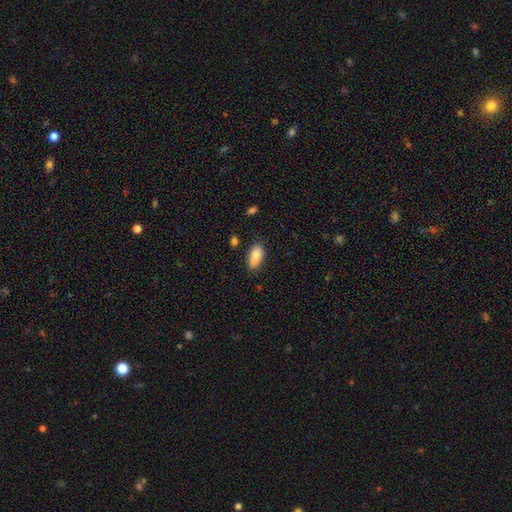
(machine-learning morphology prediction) smooth-or-featured: smooth: 80% | featured or disk: 12% | star or artifact: 8%
  how-rounded: in between: 89% | cigar-shaped: 6% | round: 5%
  merging: none: 62% | minor disturbance: 21% | merger: 12% | major disturbance: 5%